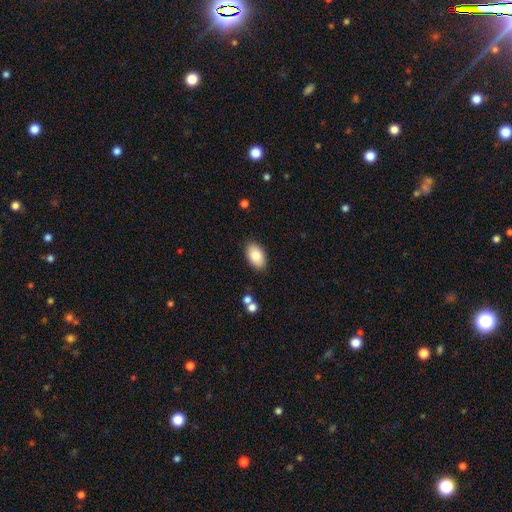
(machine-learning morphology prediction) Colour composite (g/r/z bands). It shows a smooth galaxy with no disk features (82%) that is in between round and cigar-shaped (93%). Merging: none (87%).